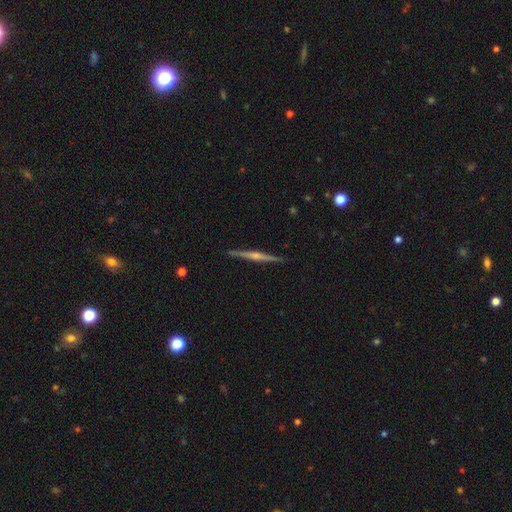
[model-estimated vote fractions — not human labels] Smooth or featured? featured or disk (74%)
Edge-on disk? yes (97%)
Edge-on bulge? rounded (77%)
Merging? none (90%)